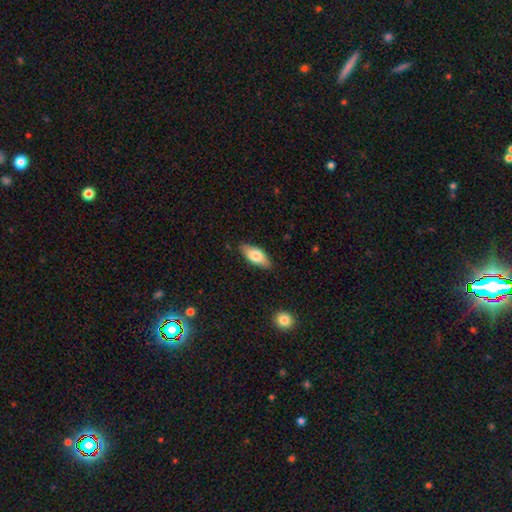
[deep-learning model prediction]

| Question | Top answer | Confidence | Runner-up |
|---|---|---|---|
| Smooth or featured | smooth | 75% | featured or disk (19%) |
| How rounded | in between | 84% | cigar-shaped (13%) |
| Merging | none | 84% | minor disturbance (12%) |